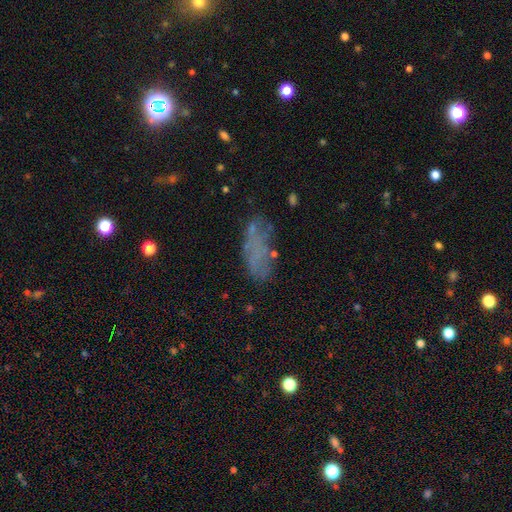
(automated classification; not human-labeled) A smooth galaxy with no disk features (51%) that is in between round and cigar-shaped (75%). Merging: none (60%).